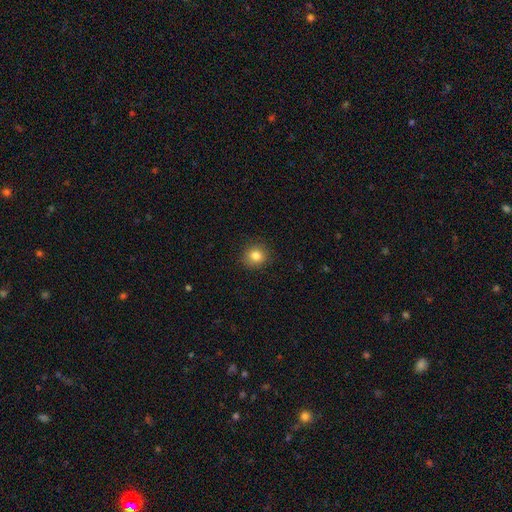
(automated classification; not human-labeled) smooth-or-featured: smooth: 83% | star or artifact: 11% | featured or disk: 6%
  how-rounded: round: 86% | in between: 13% | cigar-shaped: 1%
  merging: none: 90% | minor disturbance: 7% | major disturbance: 2% | merger: 1%